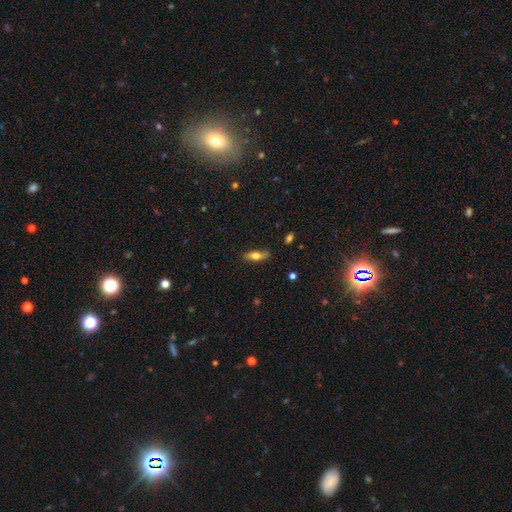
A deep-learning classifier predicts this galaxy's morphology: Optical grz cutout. It shows a smooth galaxy with no disk features (64%) that is in between round and cigar-shaped (54%). Merging: none (79%).